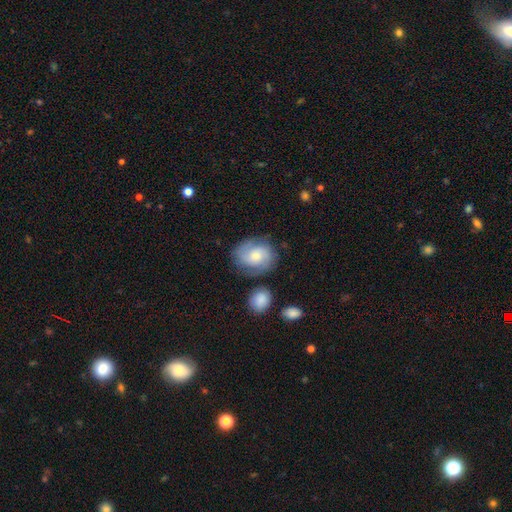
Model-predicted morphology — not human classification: Smooth or featured? featured or disk (60%)
Edge-on disk? no (97%)
Bar? no (69%)
Spiral arms? yes (90%)
Spiral winding? medium (43%)
Spiral arm count? 2 (66%)
Bulge size? moderate (52%)
Merging? none (71%)